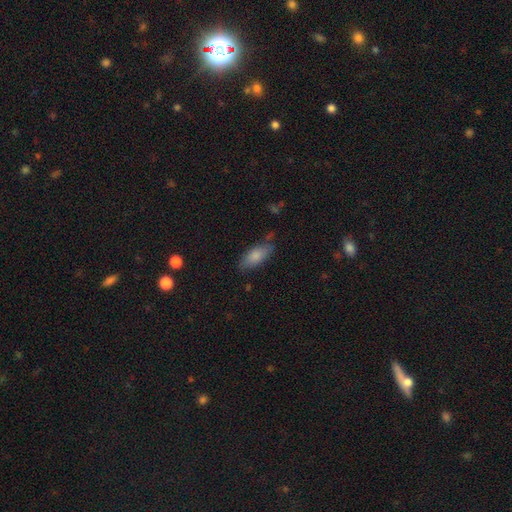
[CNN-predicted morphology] smooth-or-featured: smooth: 82% | featured or disk: 11% | star or artifact: 7%
  how-rounded: in between: 80% | cigar-shaped: 18% | round: 2%
  merging: none: 72% | minor disturbance: 20% | major disturbance: 5% | merger: 4%